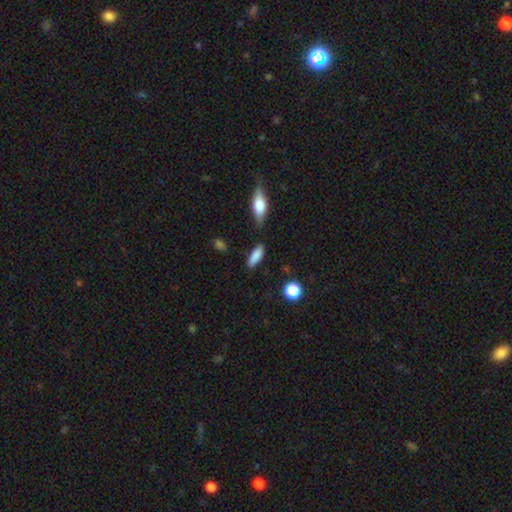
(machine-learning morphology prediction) smooth_or_featured: smooth (p=0.83) [alt: featured or disk p=0.10]
how_rounded: in between (p=0.57) [alt: cigar-shaped p=0.40]
merging: none (p=0.75) [alt: minor disturbance p=0.15]